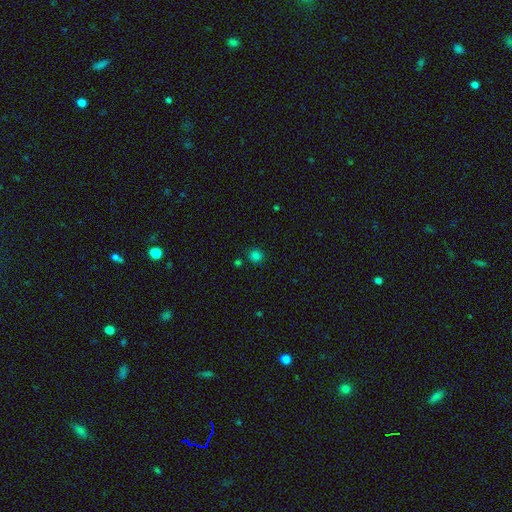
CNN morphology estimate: A smooth galaxy with no disk features (79%) that is round (91%). Merging: none (86%).